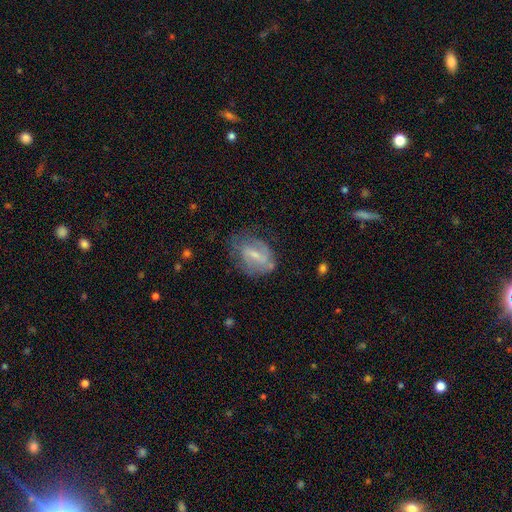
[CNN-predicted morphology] Smooth or featured? Predicted: featured or disk (p=0.58). Edge-on disk? Predicted: no (p=0.94). Bar? Predicted: weak (p=0.49). Spiral arms? Predicted: yes (p=0.60). Bulge size? Predicted: small (p=0.52). Merging? Predicted: none (p=0.52).